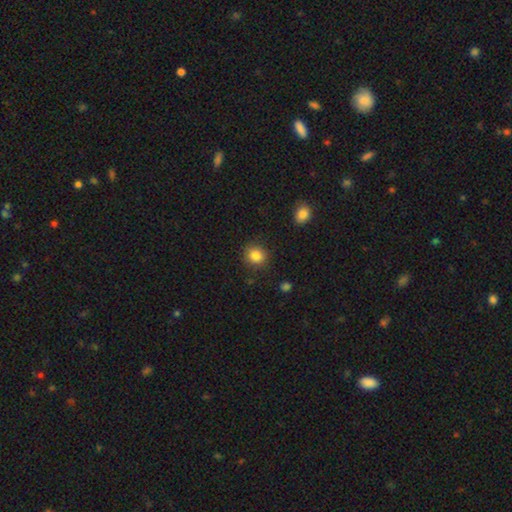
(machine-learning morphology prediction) A smooth galaxy with no disk features (85%) that is round (84%). Merging: none (87%).